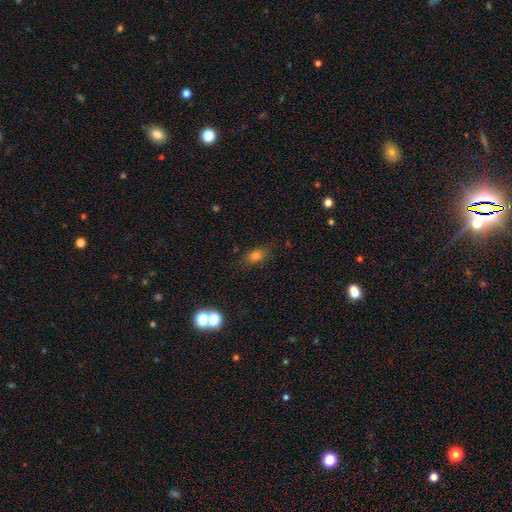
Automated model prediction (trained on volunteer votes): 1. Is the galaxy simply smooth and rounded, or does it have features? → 76% smooth, 15% star or artifact, 9% featured or disk.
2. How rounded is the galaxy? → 74% in between, 21% round, 5% cigar-shaped.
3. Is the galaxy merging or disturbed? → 78% none, 16% minor disturbance, 5% major disturbance, 2% merger.